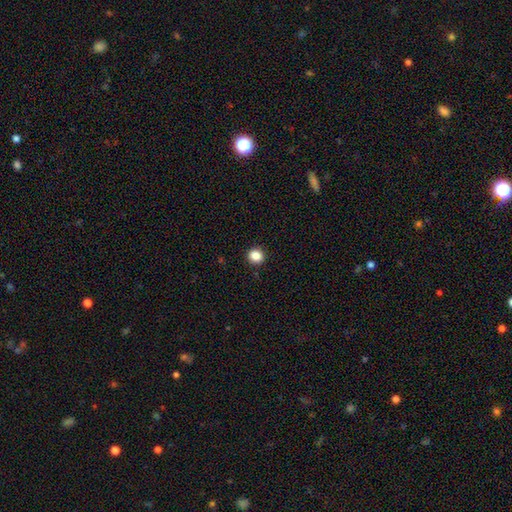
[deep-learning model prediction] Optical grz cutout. It shows a smooth galaxy with no disk features (87%) that is round (85%). Merging: none (92%).